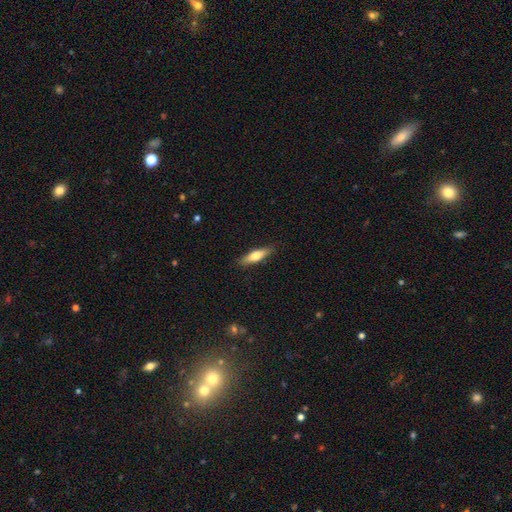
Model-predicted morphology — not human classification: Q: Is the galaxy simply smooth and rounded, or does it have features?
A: smooth — 64%.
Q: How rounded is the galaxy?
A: cigar-shaped — 63%.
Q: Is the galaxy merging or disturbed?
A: none — 87%.